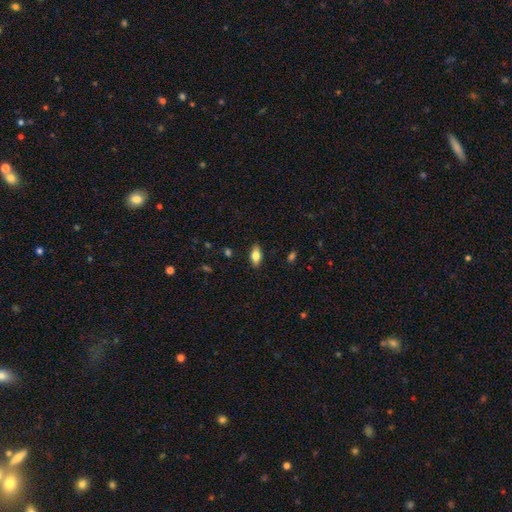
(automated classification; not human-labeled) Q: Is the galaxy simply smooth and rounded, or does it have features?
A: smooth — 72%.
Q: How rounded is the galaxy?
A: in between — 86%.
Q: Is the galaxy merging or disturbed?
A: none — 87%.